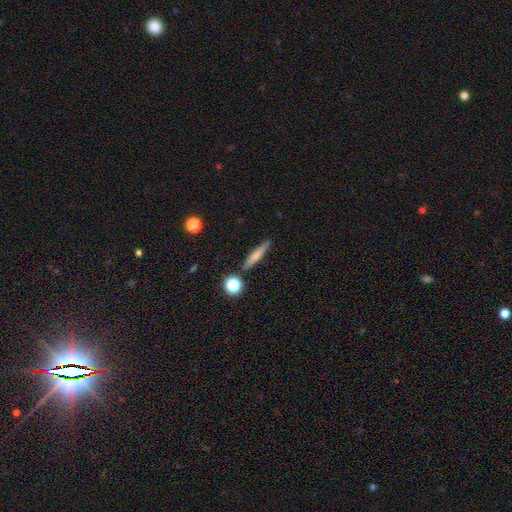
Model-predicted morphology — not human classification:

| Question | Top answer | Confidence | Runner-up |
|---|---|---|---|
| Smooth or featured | smooth | 62% | featured or disk (29%) |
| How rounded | cigar-shaped | 87% | in between (9%) |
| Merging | none | 83% | minor disturbance (10%) |